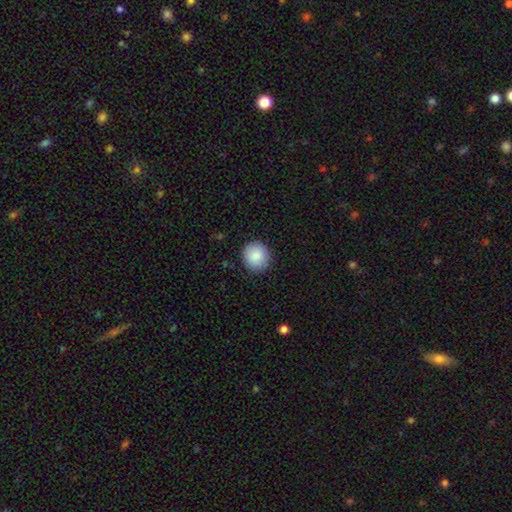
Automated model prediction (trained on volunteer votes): Overall: smooth (88%). How rounded: round (89%). Merging: none (90%).